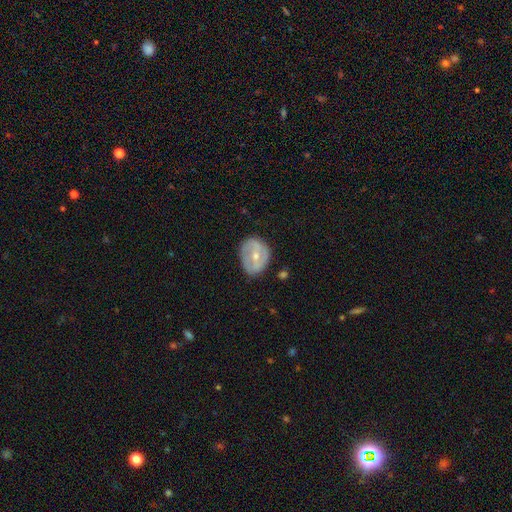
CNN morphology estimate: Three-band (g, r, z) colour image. It shows a featured or disk galaxy (62%) with a weak bar (40%), spiral arms (56%) and a moderate central bulge (51%). Merging: none (72%).